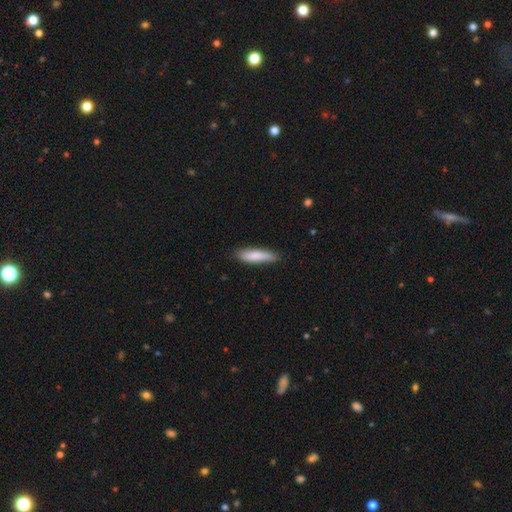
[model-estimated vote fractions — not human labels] smooth 82%, featured or disk 13%, star or artifact 6%. Down the decision tree: how rounded — cigar-shaped (76%); merging — none (83%).